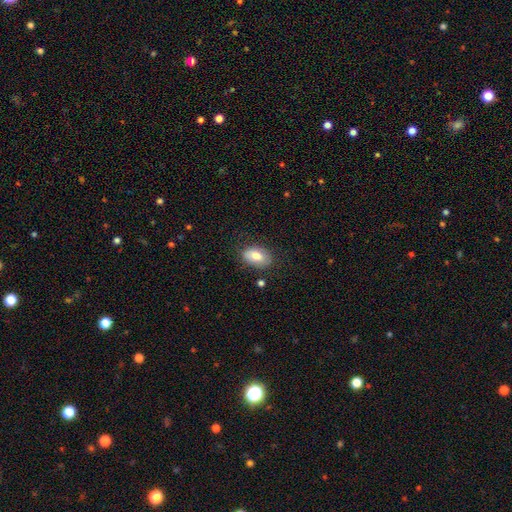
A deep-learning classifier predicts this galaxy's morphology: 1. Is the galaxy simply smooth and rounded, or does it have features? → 80% smooth, 13% featured or disk, 7% star or artifact.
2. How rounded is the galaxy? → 89% in between, 10% round, 1% cigar-shaped.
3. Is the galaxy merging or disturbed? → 77% none, 17% minor disturbance, 4% major disturbance, 2% merger.